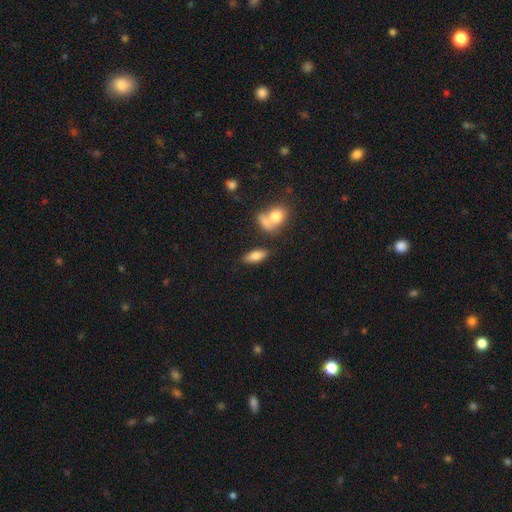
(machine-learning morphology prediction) Smooth or featured? smooth (77%)
How rounded? in between (76%)
Merging? none (73%)